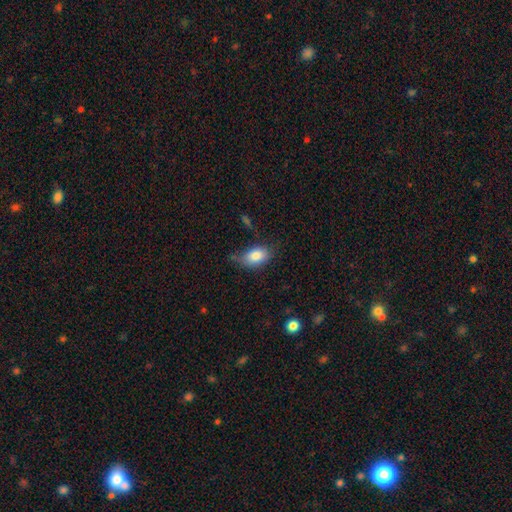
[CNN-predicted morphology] Overall: smooth (82%). How rounded: in between (88%). Merging: none (58%; minor disturbance 29%).